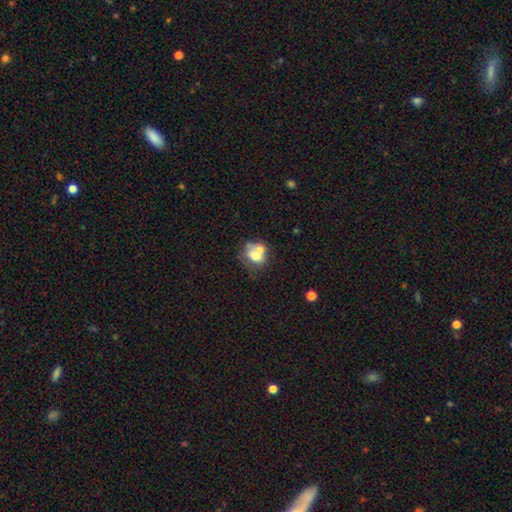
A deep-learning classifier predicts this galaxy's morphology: smooth-or-featured: smooth: 62% | featured or disk: 29% | star or artifact: 10%
  how-rounded: round: 56% | in between: 42% | cigar-shaped: 1%
  merging: merger: 51% | none: 30% | minor disturbance: 12% | major disturbance: 7%